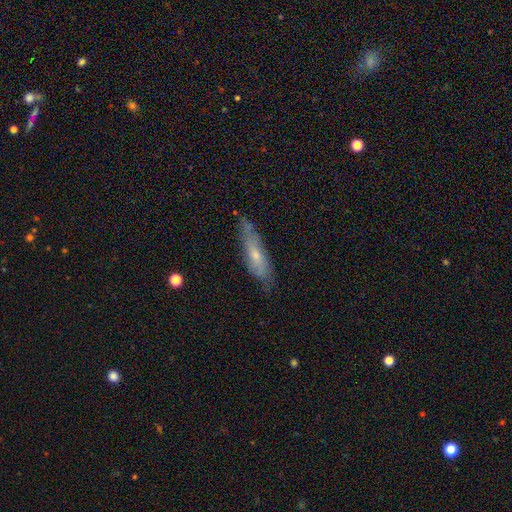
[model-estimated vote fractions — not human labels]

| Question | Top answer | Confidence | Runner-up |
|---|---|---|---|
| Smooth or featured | smooth | 49% | featured or disk (44%) |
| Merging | none | 67% | minor disturbance (25%) |